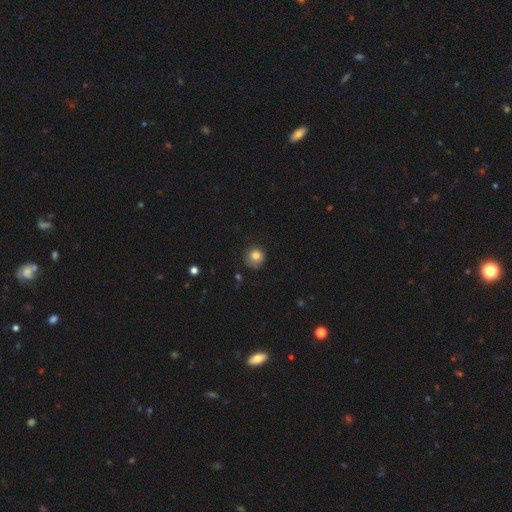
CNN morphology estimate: smooth 80%, star or artifact 11%, featured or disk 9%. Down the decision tree: how rounded — round (90%); merging — none (73%).